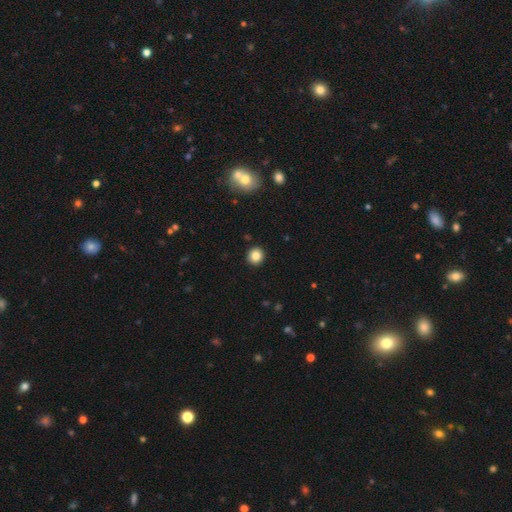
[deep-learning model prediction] Smooth or featured? Predicted: smooth (p=0.84). How rounded? Predicted: round (p=0.90). Merging? Predicted: none (p=0.92).